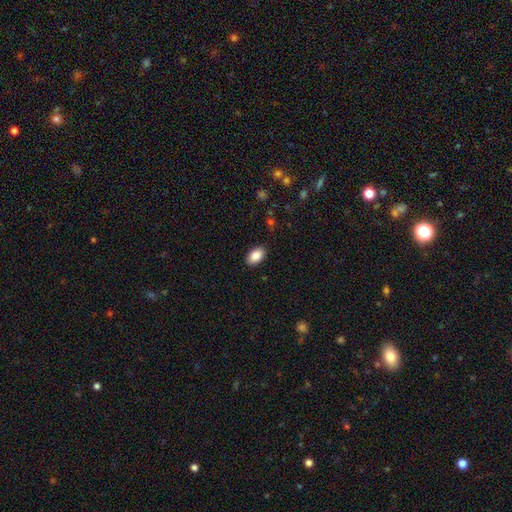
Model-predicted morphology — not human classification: This is clearly a smooth galaxy (86%). How rounded: clearly in between (92%). Merging: clearly none (88%).